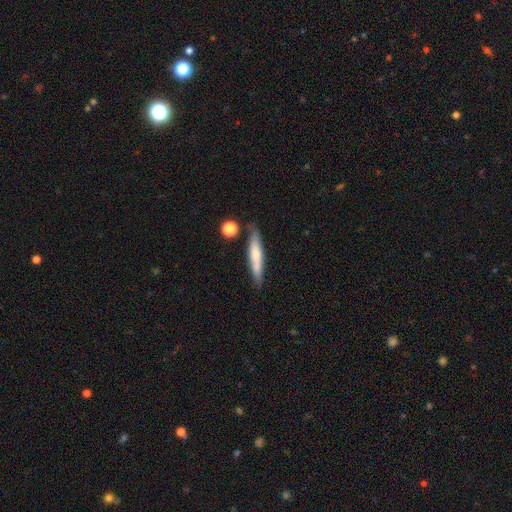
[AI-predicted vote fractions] Smooth or featured? Predicted: smooth (p=0.61). How rounded? Predicted: cigar-shaped (p=0.88). Merging? Predicted: none (p=0.77).